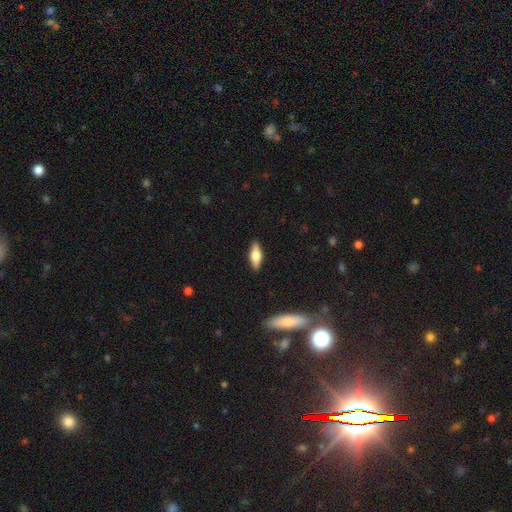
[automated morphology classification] Smooth or featured? smooth (53%)
How rounded? in between (59%)
Merging? none (88%)